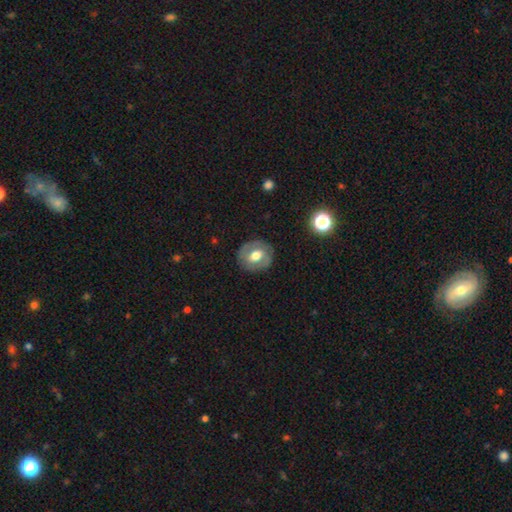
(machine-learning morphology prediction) Q: Smooth or featured?
A: smooth (49%); runner-up: featured or disk (43%)
Q: Merging?
A: none (84%); runner-up: minor disturbance (11%)